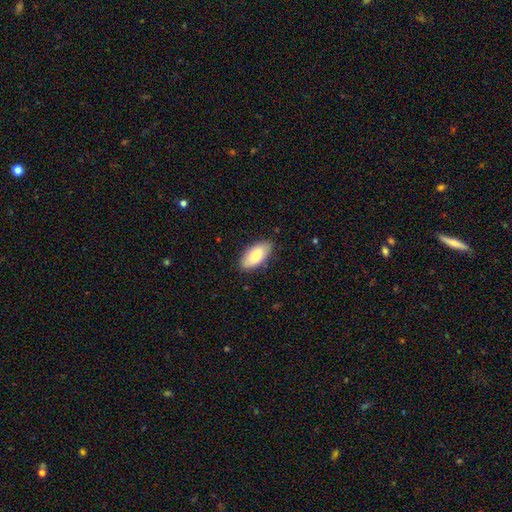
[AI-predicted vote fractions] Smooth or featured: smooth — 78% (featured or disk — 16%)
How rounded: in between — 92% (cigar-shaped — 6%)
Merging: none — 85% (minor disturbance — 12%)